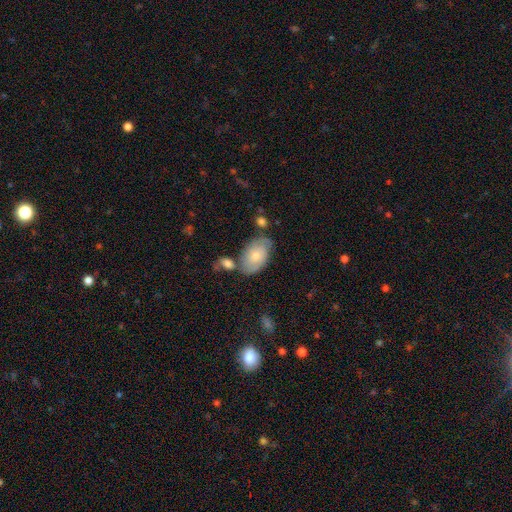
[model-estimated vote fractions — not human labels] Smooth or featured?
  - smooth: 52% *
  - featured or disk: 41%
  - star or artifact: 6%
How rounded?
  - in between: 90% *
  - round: 8%
  - cigar-shaped: 2%
Merging?
  - none: 57% *
  - minor disturbance: 22%
  - merger: 14%
  - major disturbance: 7%